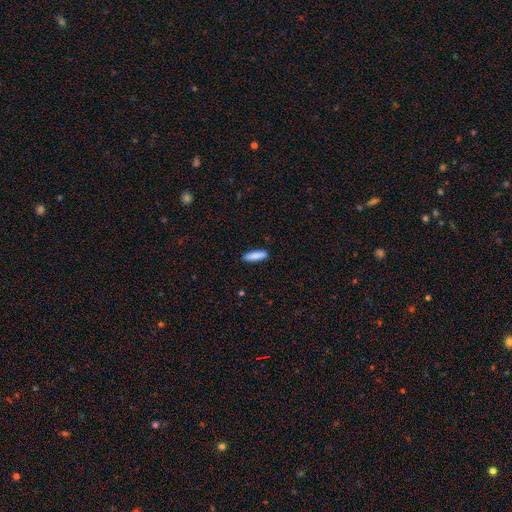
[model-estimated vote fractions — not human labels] This is clearly a smooth galaxy (86%). How rounded: likely cigar-shaped (69%). Merging: clearly none (88%).